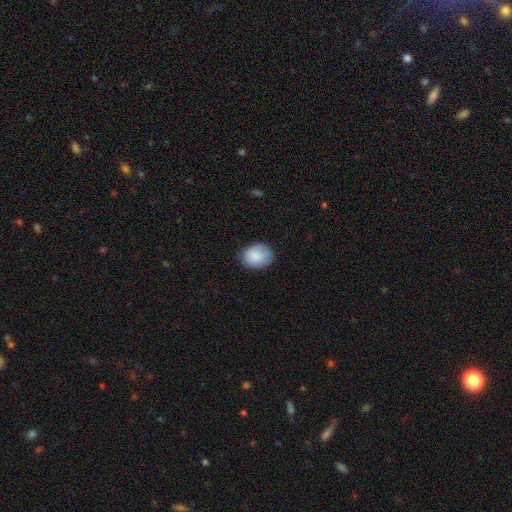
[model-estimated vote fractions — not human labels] A smooth galaxy with no disk features (88%) that is in between round and cigar-shaped (58%).

Vote fractions:
- Smooth or featured? smooth: 88% / star or artifact: 7% / featured or disk: 6%
- How rounded? in between: 58% / round: 41% / cigar-shaped: 1%
- Merging? none: 79% / minor disturbance: 17% / major disturbance: 3% / merger: 1%